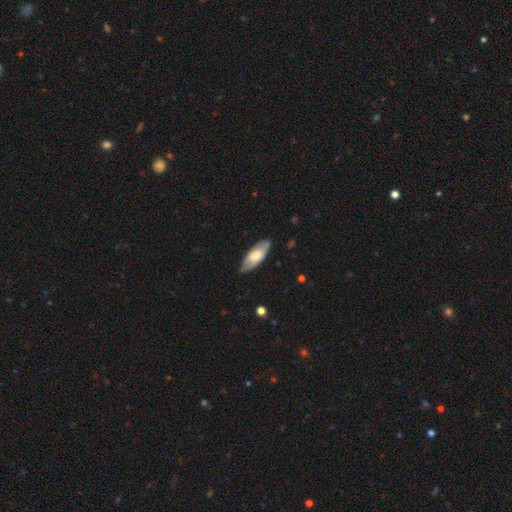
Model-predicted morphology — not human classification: Smooth or featured? Predicted: smooth (p=0.53). How rounded? Predicted: in between (p=0.72). Merging? Predicted: none (p=0.84).